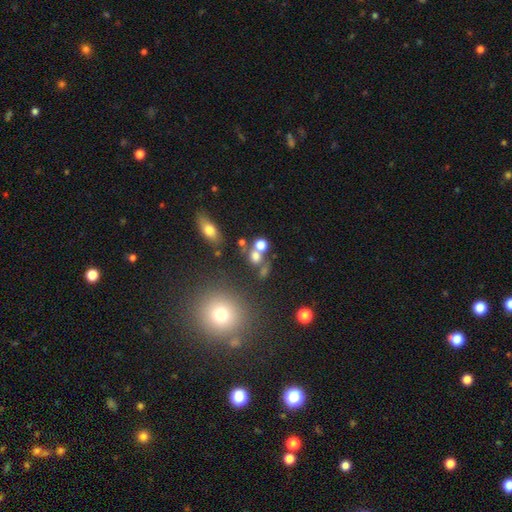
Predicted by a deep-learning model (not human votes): A smooth galaxy with no disk features (69%) that is round (74%). Merging: none (46%).